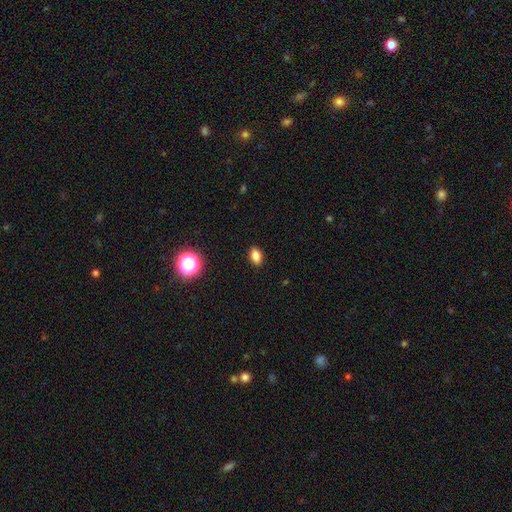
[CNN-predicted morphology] A smooth galaxy with no disk features (82%) that is in between round and cigar-shaped (84%).

Vote fractions:
- Smooth or featured? smooth: 82% / star or artifact: 12% / featured or disk: 6%
- How rounded? in between: 84% / round: 13% / cigar-shaped: 3%
- Merging? none: 89% / minor disturbance: 8% / major disturbance: 2% / merger: 1%